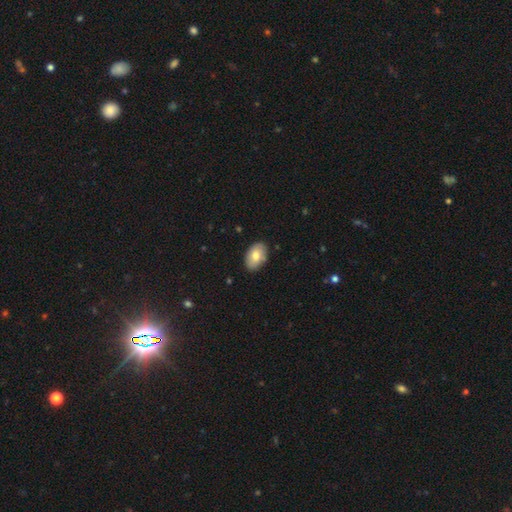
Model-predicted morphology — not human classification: Smooth or featured: smooth — 78% (featured or disk — 16%)
How rounded: in between — 90% (round — 8%)
Merging: none — 84% (minor disturbance — 13%)